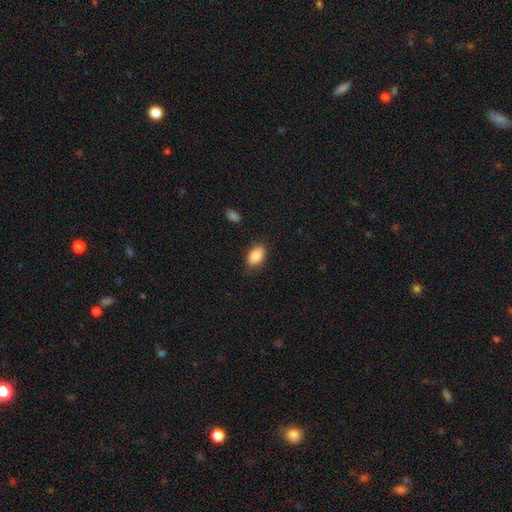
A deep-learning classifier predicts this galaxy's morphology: type=smooth (87%); roundness=in between (91%); merging=none (84%).